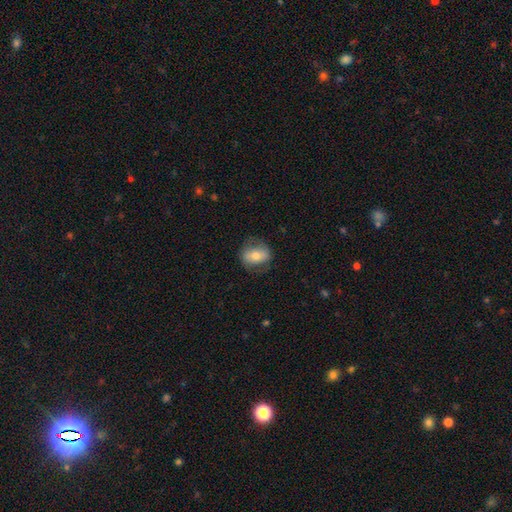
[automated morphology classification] smooth-or-featured: smooth: 61% | featured or disk: 31% | star or artifact: 7%
  how-rounded: in between: 65% | round: 33% | cigar-shaped: 2%
  merging: none: 74% | minor disturbance: 17% | major disturbance: 8% | merger: 1%